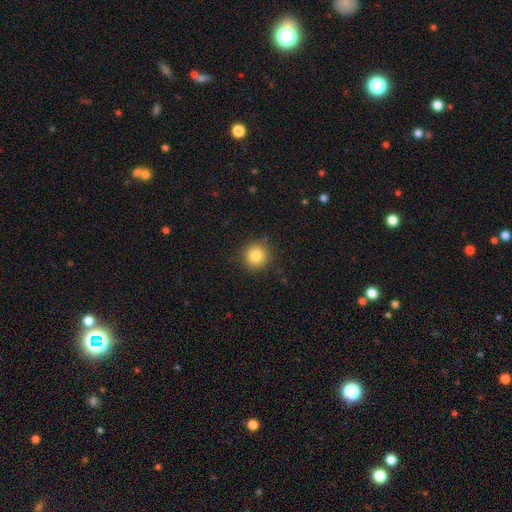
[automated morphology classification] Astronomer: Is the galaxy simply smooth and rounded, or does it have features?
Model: smooth — 83%.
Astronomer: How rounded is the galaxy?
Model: round — 94%.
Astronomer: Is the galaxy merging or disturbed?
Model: none — 88%.